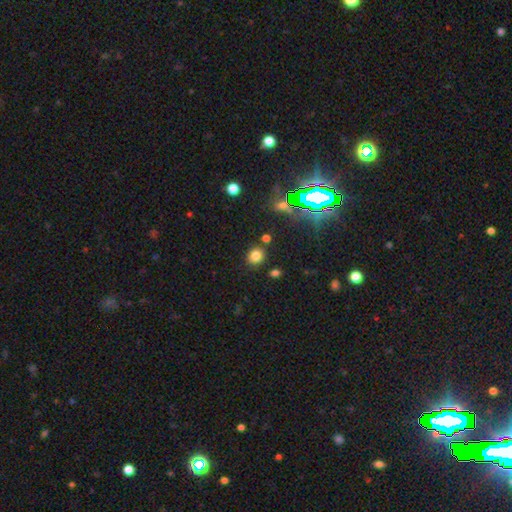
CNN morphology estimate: A smooth galaxy with no disk features (78%) that is round (76%).

Vote fractions:
- Smooth or featured? smooth: 78% / star or artifact: 16% / featured or disk: 6%
- How rounded? round: 76% / in between: 23% / cigar-shaped: 1%
- Merging? none: 82% / minor disturbance: 9% / merger: 6% / major disturbance: 3%